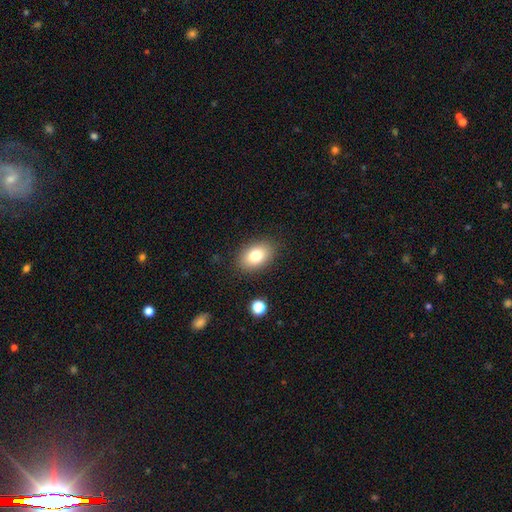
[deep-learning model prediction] A smooth galaxy with no disk features (80%) that is in between round and cigar-shaped (86%).

Vote fractions:
- Smooth or featured? smooth: 80% / featured or disk: 11% / star or artifact: 9%
- How rounded? in between: 86% / round: 13% / cigar-shaped: 1%
- Merging? none: 86% / minor disturbance: 10% / major disturbance: 3% / merger: 1%